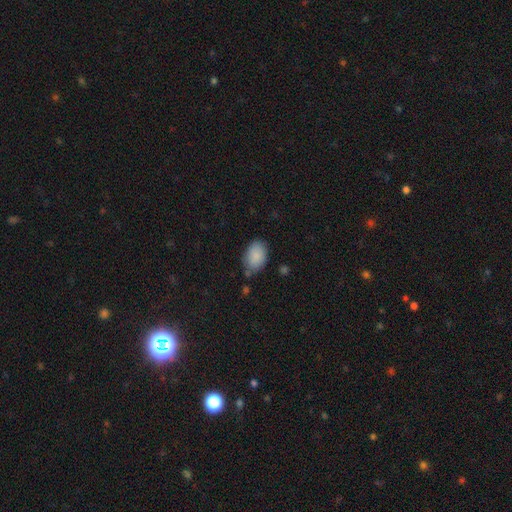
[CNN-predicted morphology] smooth_or_featured: smooth (p=0.89) [alt: star or artifact p=0.07]
how_rounded: in between (p=0.86) [alt: round p=0.12]
merging: none (p=0.73) [alt: minor disturbance p=0.19]